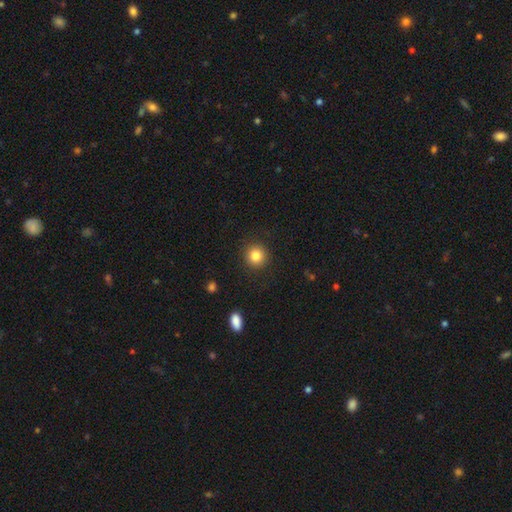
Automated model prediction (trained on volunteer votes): smooth 84%, star or artifact 10%, featured or disk 6%. Down the decision tree: how rounded — round (92%); merging — none (91%).